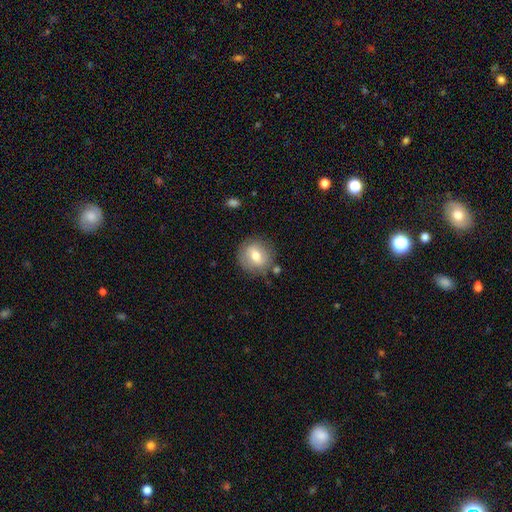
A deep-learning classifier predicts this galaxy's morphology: This appears to be a smooth galaxy with no disk features (67%) that is round (81%). Merging: none (80%).